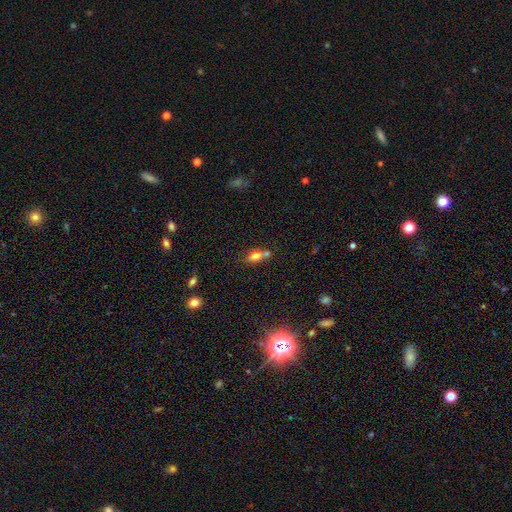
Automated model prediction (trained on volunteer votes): smooth-or-featured: smooth: 69% | featured or disk: 20% | star or artifact: 11%
  how-rounded: in between: 74% | round: 14% | cigar-shaped: 12%
  merging: none: 46% | merger: 36% | minor disturbance: 13% | major disturbance: 5%